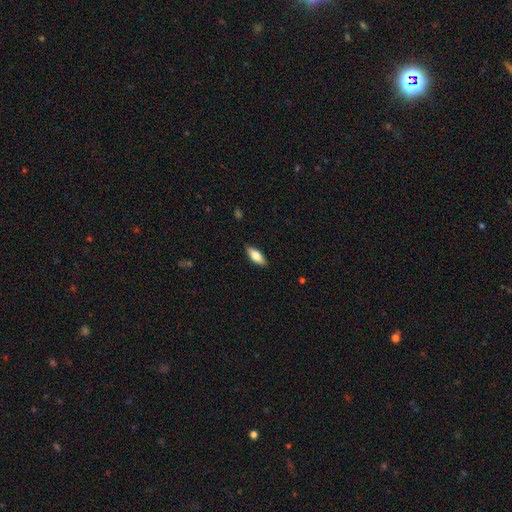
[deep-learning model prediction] A smooth galaxy with no disk features (73%) that is in between round and cigar-shaped (74%).

Vote fractions:
- Smooth or featured? smooth: 73% / featured or disk: 21% / star or artifact: 6%
- How rounded? in between: 74% / cigar-shaped: 24% / round: 2%
- Merging? none: 87% / minor disturbance: 10% / major disturbance: 2% / merger: 1%